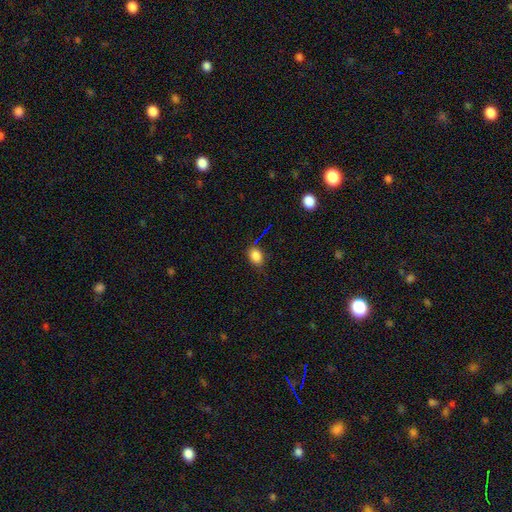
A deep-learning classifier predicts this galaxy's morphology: Q: Smooth or featured?
A: smooth (83%); runner-up: star or artifact (12%)
Q: How rounded?
A: in between (71%); runner-up: round (27%)
Q: Merging?
A: none (76%); runner-up: minor disturbance (18%)